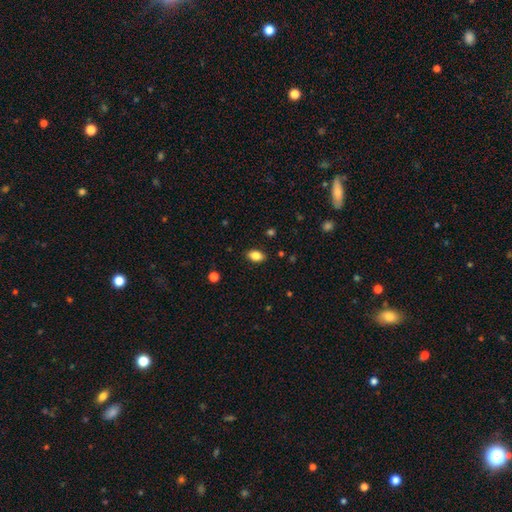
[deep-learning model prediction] Smooth or featured: smooth — 83% (star or artifact — 9%)
How rounded: in between — 87% (round — 11%)
Merging: none — 87% (minor disturbance — 10%)